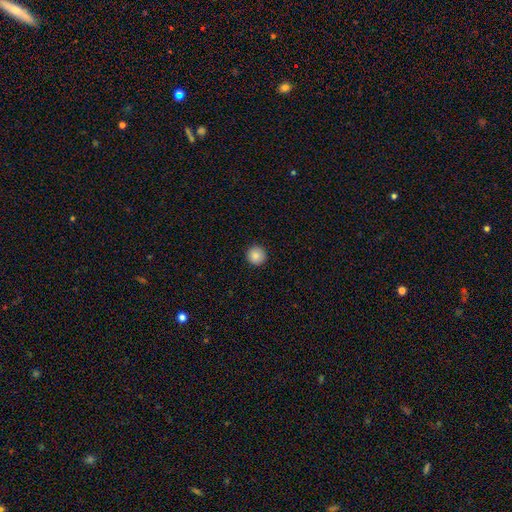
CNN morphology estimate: A smooth galaxy with no disk features (87%) that is round (96%). Merging: none (93%).